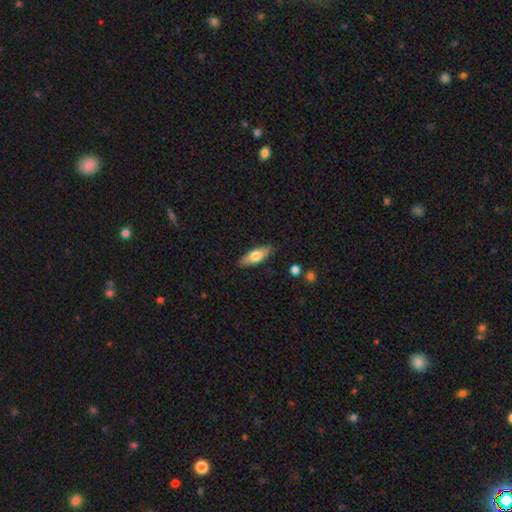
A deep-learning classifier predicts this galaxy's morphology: Q: Smooth or featured?
A: smooth (64%); runner-up: featured or disk (30%)
Q: How rounded?
A: in between (64%); runner-up: cigar-shaped (34%)
Q: Merging?
A: none (85%); runner-up: minor disturbance (11%)